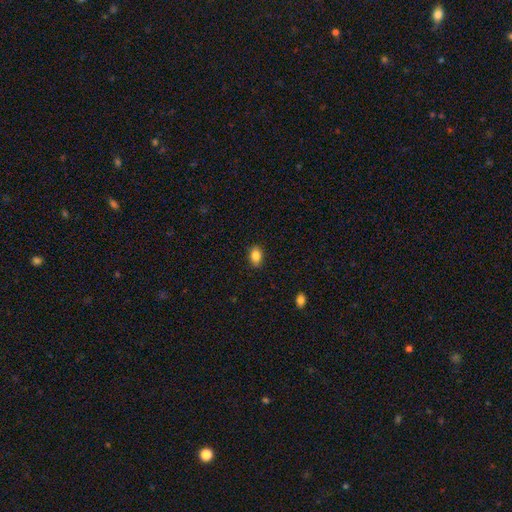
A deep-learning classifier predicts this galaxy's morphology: A smooth galaxy with no disk features (84%) that is in between round and cigar-shaped (81%). Merging: none (87%).